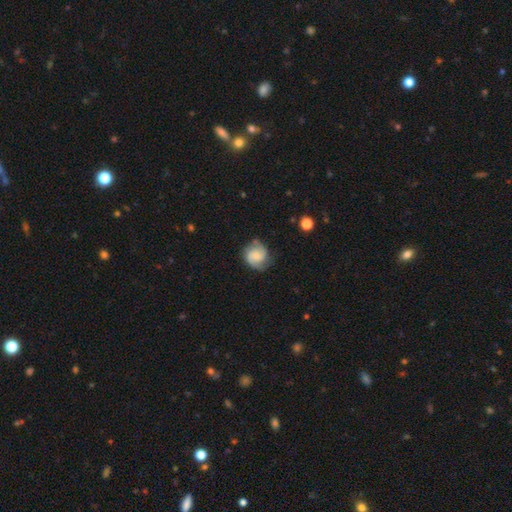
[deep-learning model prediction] smooth-or-featured: featured or disk: 68% | smooth: 25% | star or artifact: 7%
  disk-edge-on: no: 98% | yes: 2%
    bar: no: 58% | weak: 35% | strong: 7%
    has-spiral-arms: yes: 95% | no: 5%
      spiral-winding: medium: 46% | tight: 38% | loose: 16%
      spiral-arm-count: 2: 81% | can't tell: 7% | 3: 6% | 1: 3% | 4: 2% | more than 4: 1%
    bulge-size: none: 39% | small: 32% | moderate: 18% | large: 8% | dominant: 2%
  merging: none: 76% | minor disturbance: 16% | major disturbance: 6% | merger: 1%